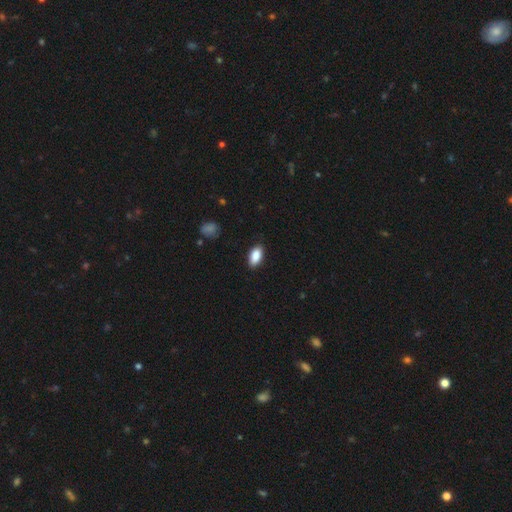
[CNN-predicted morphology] smooth_or_featured: smooth (p=0.88) [alt: star or artifact p=0.07]
how_rounded: in between (p=0.92) [alt: cigar-shaped p=0.04]
merging: none (p=0.87) [alt: minor disturbance p=0.10]